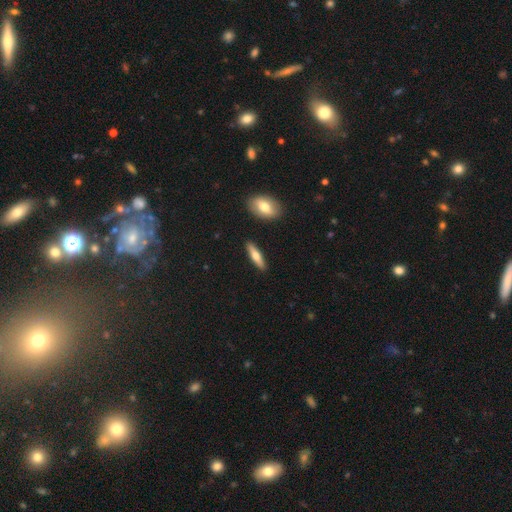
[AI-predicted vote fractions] This appears to be a smooth galaxy with no disk features (59%) that is cigar-shaped (73%). Merging: none (89%).